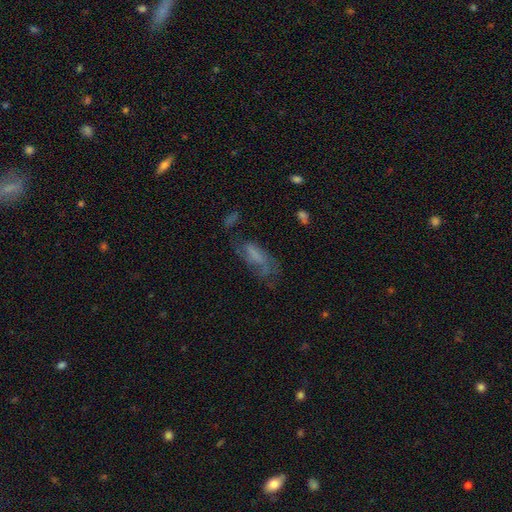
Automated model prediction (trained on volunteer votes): Morphology: type=featured or disk (46%); merging=none (45%).